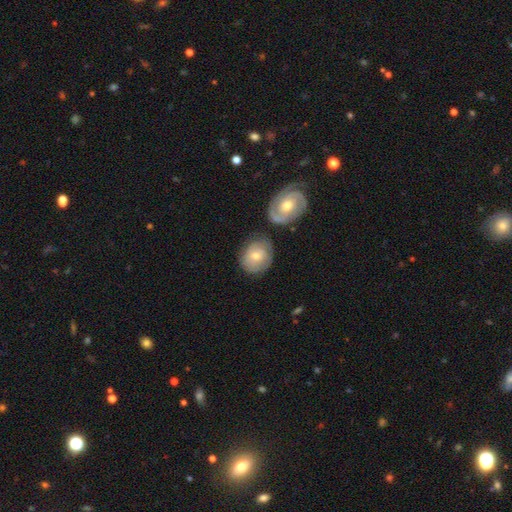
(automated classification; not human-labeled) Morphology: type=smooth (48%); merging=none (64%).